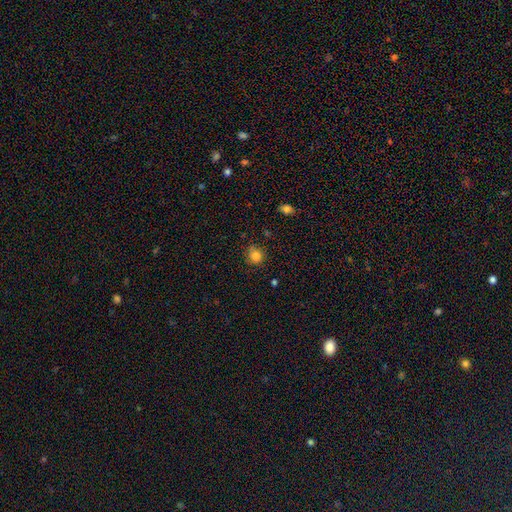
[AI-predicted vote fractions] A smooth galaxy with no disk features (82%) that is round (83%).

Vote fractions:
- Smooth or featured? smooth: 82% / star or artifact: 12% / featured or disk: 6%
- How rounded? round: 83% / in between: 16% / cigar-shaped: 1%
- Merging? none: 78% / minor disturbance: 17% / major disturbance: 4% / merger: 2%